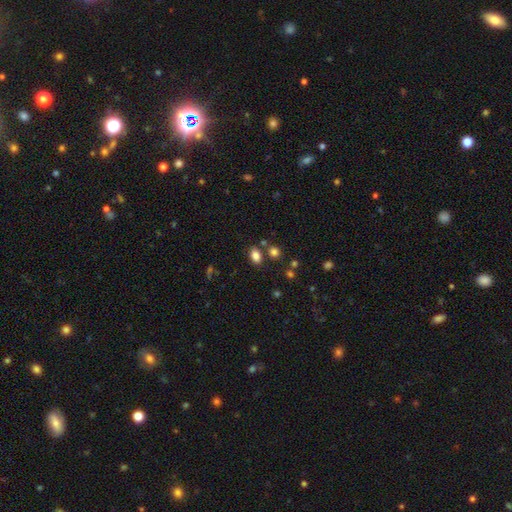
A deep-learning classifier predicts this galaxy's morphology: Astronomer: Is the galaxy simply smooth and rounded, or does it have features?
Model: smooth — 82%.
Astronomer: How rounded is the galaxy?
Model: in between — 80%.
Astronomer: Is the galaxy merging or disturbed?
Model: none — 77%.